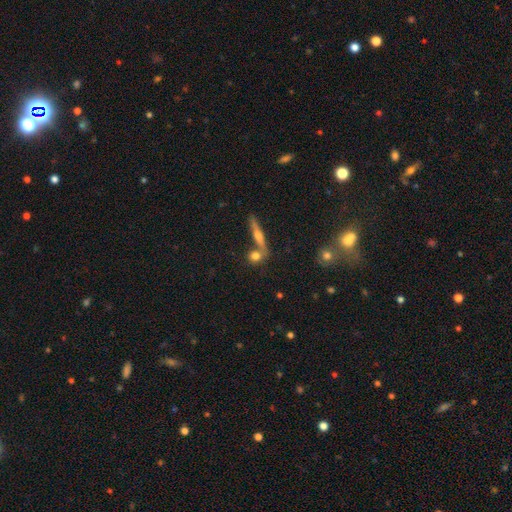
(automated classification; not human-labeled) This appears to be a smooth galaxy with no disk features (65%) that is round (58%). Merging: none (61%).